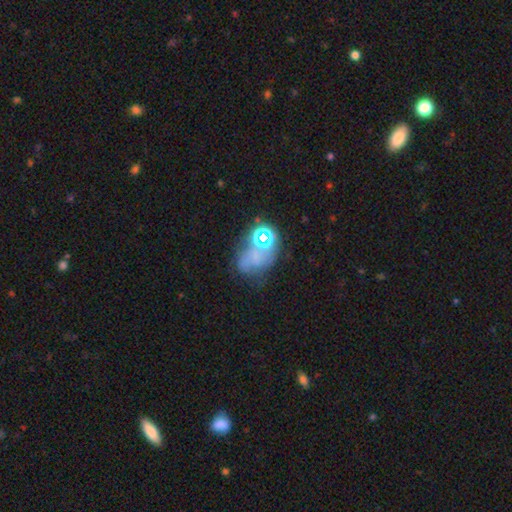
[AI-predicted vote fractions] smooth-or-featured: smooth: 34% (tied) | star or artifact: 34% (tied) | featured or disk: 31%
  merging: none: 33% | merger: 26% | major disturbance: 24% | minor disturbance: 17%